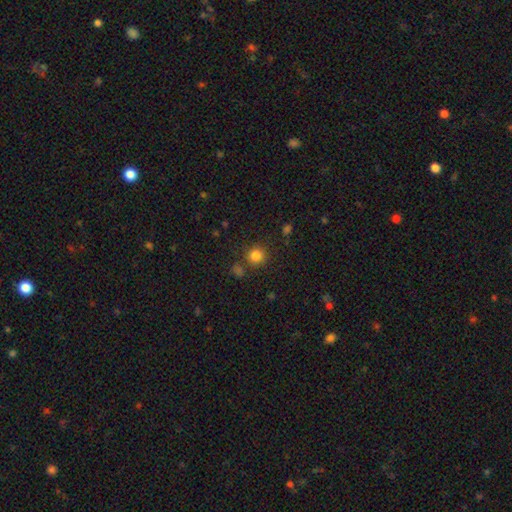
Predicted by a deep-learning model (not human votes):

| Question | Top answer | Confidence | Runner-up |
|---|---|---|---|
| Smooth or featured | smooth | 82% | star or artifact (13%) |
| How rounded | round | 91% | in between (8%) |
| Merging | none | 82% | minor disturbance (8%) |